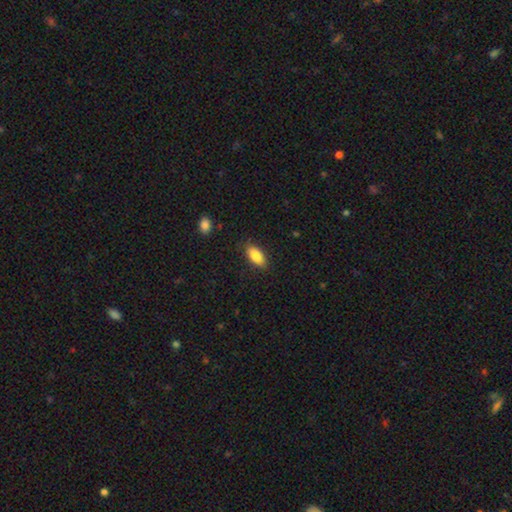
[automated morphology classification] smooth-or-featured: smooth: 85% | featured or disk: 8% | star or artifact: 7%
  how-rounded: in between: 86% | cigar-shaped: 12% | round: 2%
  merging: none: 86% | minor disturbance: 10% | major disturbance: 2% | merger: 1%